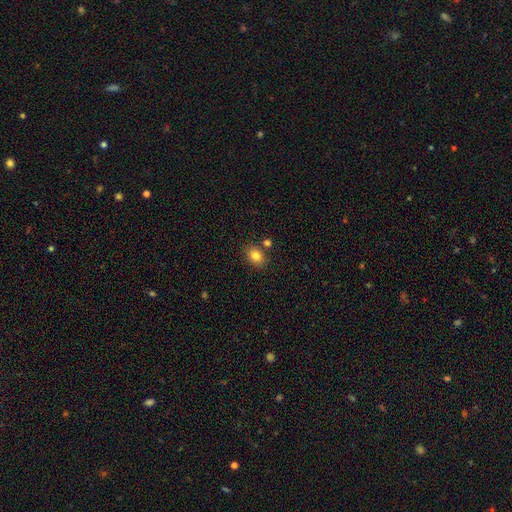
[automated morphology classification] type=smooth (83%); roundness=in between (65%); merging=none (78%).